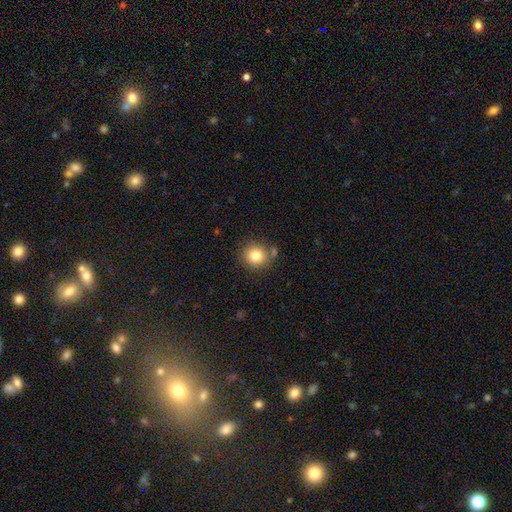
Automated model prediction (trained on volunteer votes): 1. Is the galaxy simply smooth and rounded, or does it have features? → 82% smooth, 10% star or artifact, 8% featured or disk.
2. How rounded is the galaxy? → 89% round, 10% in between, 1% cigar-shaped.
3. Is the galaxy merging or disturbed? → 76% none, 12% minor disturbance, 8% merger, 4% major disturbance.